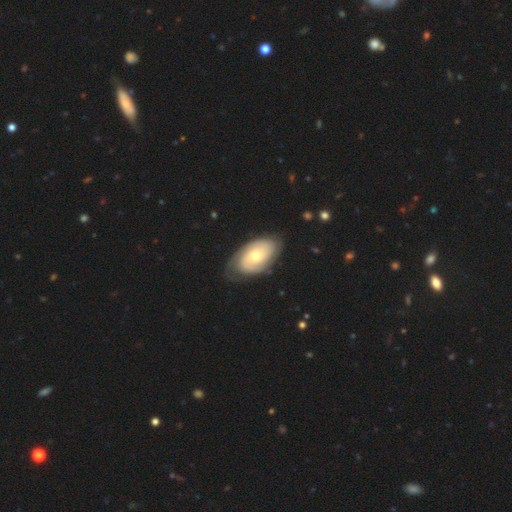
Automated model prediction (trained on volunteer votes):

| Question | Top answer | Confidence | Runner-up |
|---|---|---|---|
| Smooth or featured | featured or disk | 61% | smooth (34%) |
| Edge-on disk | no | 94% | yes (6%) |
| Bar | no | 78% | weak (18%) |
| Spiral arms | yes | 79% | no (21%) |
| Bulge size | moderate | 56% | small (39%) |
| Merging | none | 67% | minor disturbance (23%) |